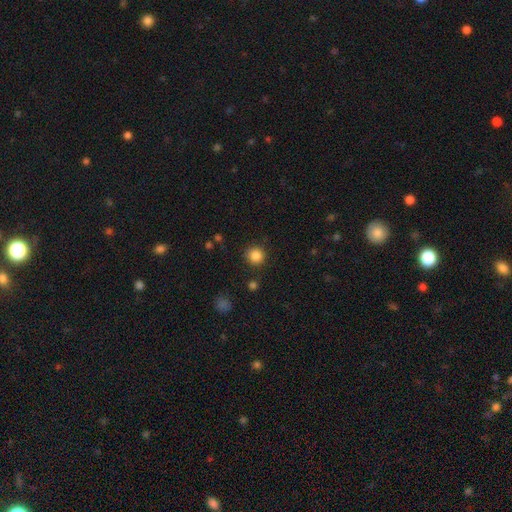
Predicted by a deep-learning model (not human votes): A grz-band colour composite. It shows a smooth galaxy with no disk features (86%) that is round (94%). Merging: none (88%).